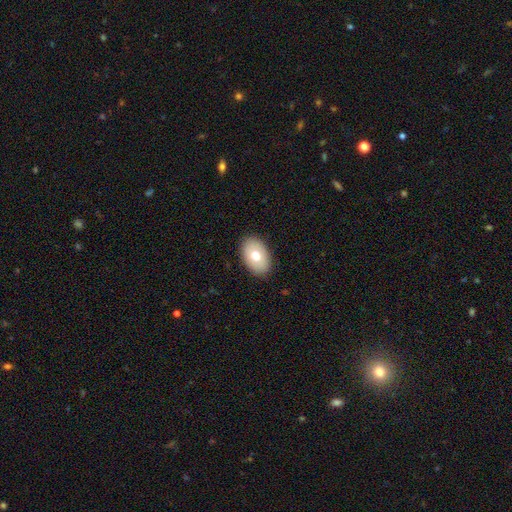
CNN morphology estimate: Smooth or featured? smooth (71%)
How rounded? in between (89%)
Merging? none (88%)